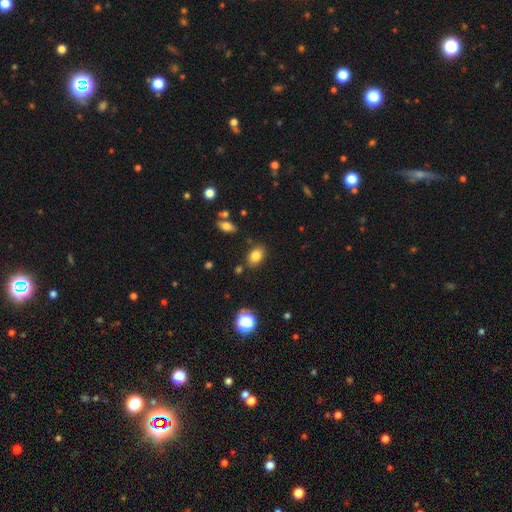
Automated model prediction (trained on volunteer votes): The model was most divided on "how rounded": in between: 78%, round: 20%, cigar-shaped: 1%. More confident: merging — none (82%); smooth or featured — smooth (81%).